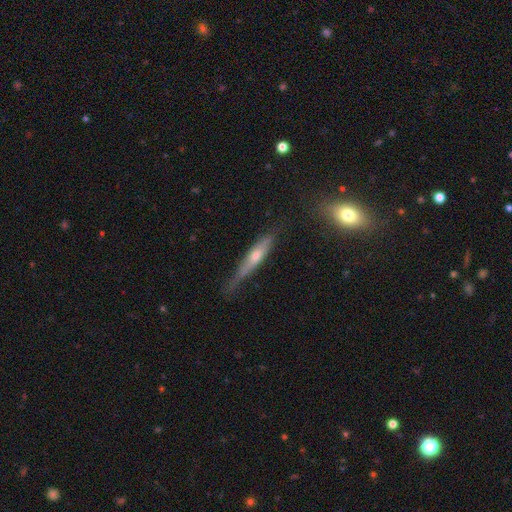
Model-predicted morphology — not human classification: Q: Smooth or featured?
A: featured or disk (51%); runner-up: smooth (41%)
Q: Edge-on disk?
A: yes (86%); runner-up: no (14%)
Q: Merging?
A: none (58%); runner-up: minor disturbance (30%)